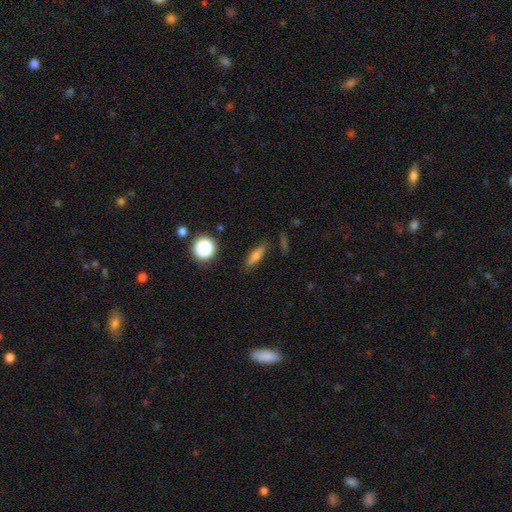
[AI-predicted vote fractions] smooth-or-featured: smooth: 60% | featured or disk: 26% | star or artifact: 14%
  how-rounded: cigar-shaped: 51% | in between: 40% | round: 9%
  merging: none: 80% | minor disturbance: 13% | major disturbance: 4% | merger: 3%